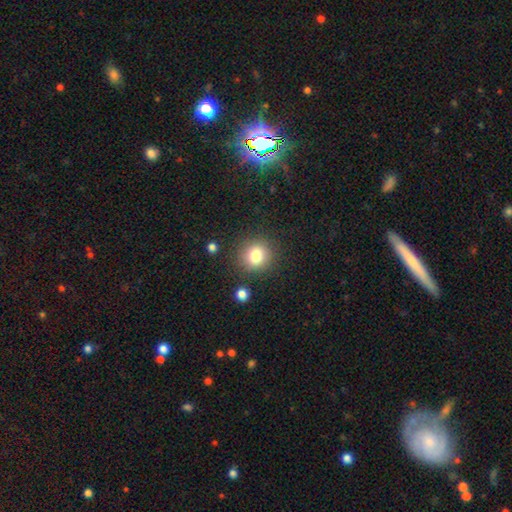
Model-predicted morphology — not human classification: A smooth galaxy with no disk features (81%) that is round (85%). Merging: none (85%).